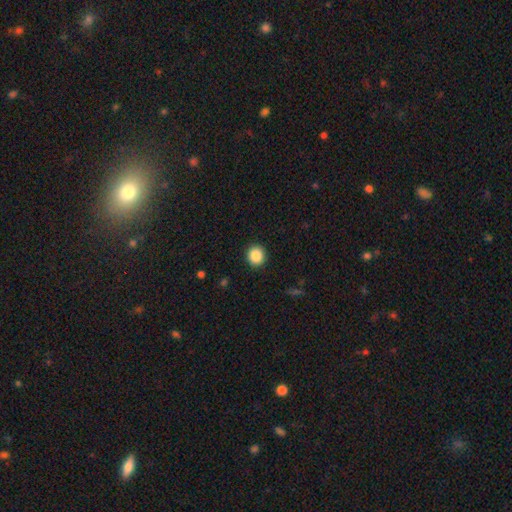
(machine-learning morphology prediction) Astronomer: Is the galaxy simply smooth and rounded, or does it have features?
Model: smooth — 88%.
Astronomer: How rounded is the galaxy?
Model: round — 87%.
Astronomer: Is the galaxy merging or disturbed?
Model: none — 92%.